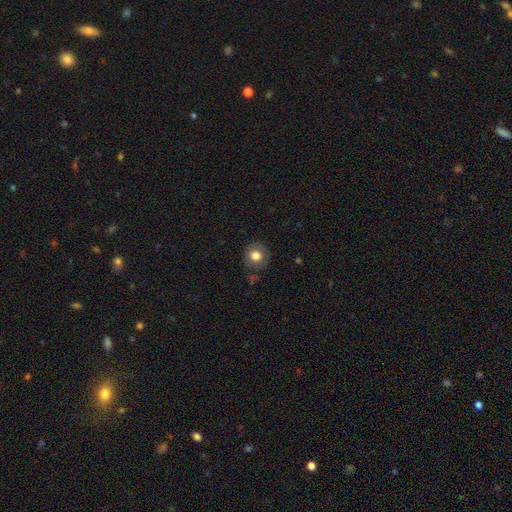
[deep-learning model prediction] Overall: smooth (77%). How rounded: round (88%). Merging: none (85%).